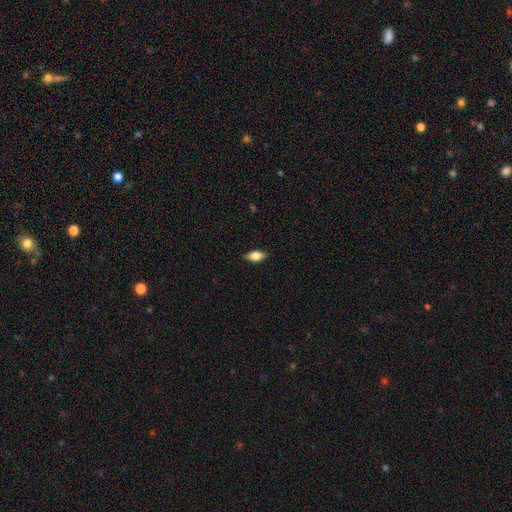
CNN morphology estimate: Smooth or featured?
  - smooth: 78% *
  - featured or disk: 15%
  - star or artifact: 7%
How rounded?
  - in between: 88% *
  - cigar-shaped: 7%
  - round: 5%
Merging?
  - none: 85% *
  - minor disturbance: 12%
  - major disturbance: 2%
  - merger: 1%